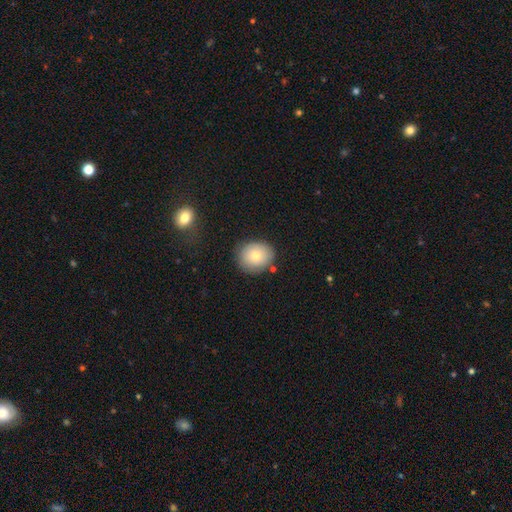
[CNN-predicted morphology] This appears to be a smooth galaxy with no disk features (78%) that is round (74%). Merging: none (81%).